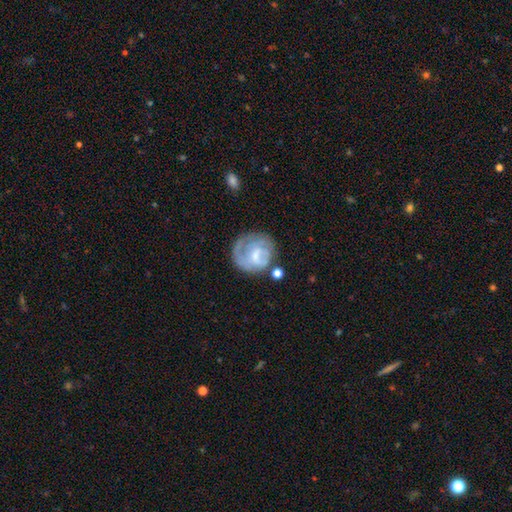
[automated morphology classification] featured or disk 53%, smooth 40%, star or artifact 8%. Down the decision tree: edge-on disk — no (98%); bar — no (51%); spiral arms — yes (53%); bulge size — small (41%); merging — none (53%).